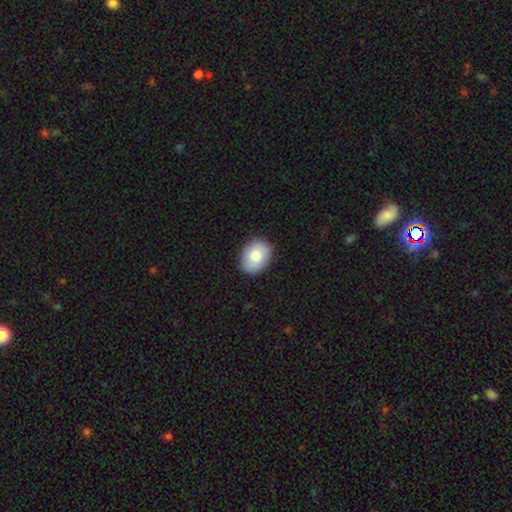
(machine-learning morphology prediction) smooth 82%, featured or disk 12%, star or artifact 6%. Down the decision tree: how rounded — in between (64%); merging — none (86%).